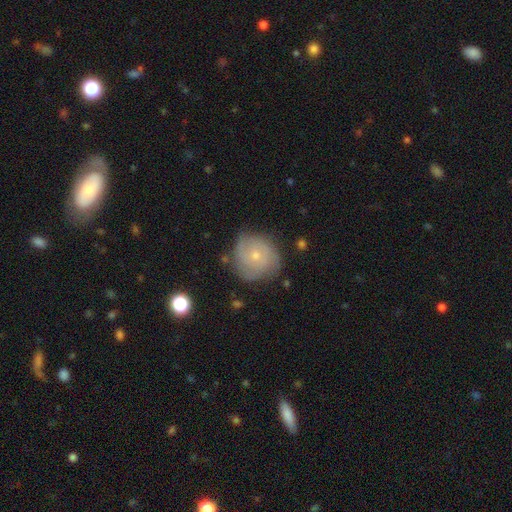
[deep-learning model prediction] The model was most divided on "smooth or featured": featured or disk: 52%, smooth: 40%, star or artifact: 8%. More confident: edge-on disk — no (97%); bar — no (84%); spiral arms — yes (76%); merging — none (68%); bulge size — small (66%).